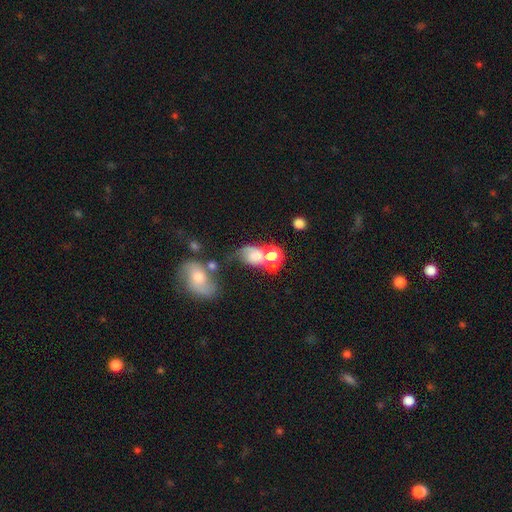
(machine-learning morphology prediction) Q: Smooth or featured?
A: smooth (54%); runner-up: featured or disk (27%)
Q: How rounded?
A: in between (58%); runner-up: round (39%)
Q: Merging?
A: merger (37%); runner-up: none (27%)